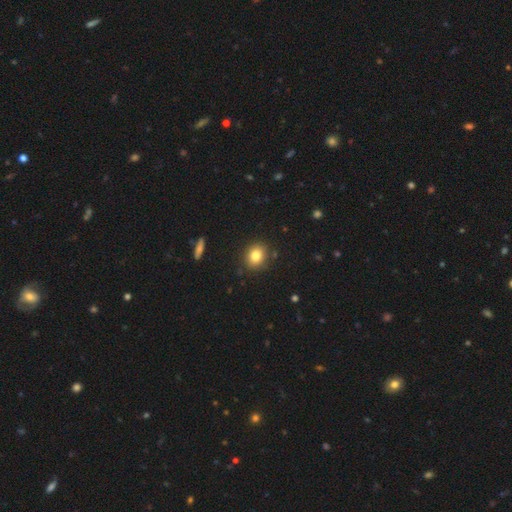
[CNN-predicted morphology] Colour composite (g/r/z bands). It shows a smooth galaxy with no disk features (81%) that is round (63%). Merging: none (86%).